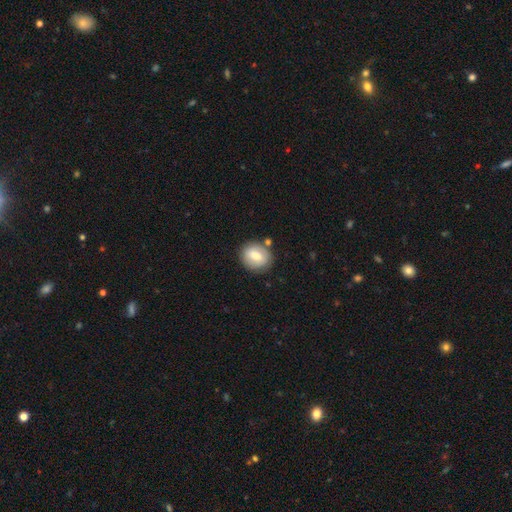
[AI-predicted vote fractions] Q: Smooth or featured?
A: smooth (69%); runner-up: featured or disk (24%)
Q: How rounded?
A: round (61%); runner-up: in between (38%)
Q: Merging?
A: none (78%); runner-up: minor disturbance (13%)